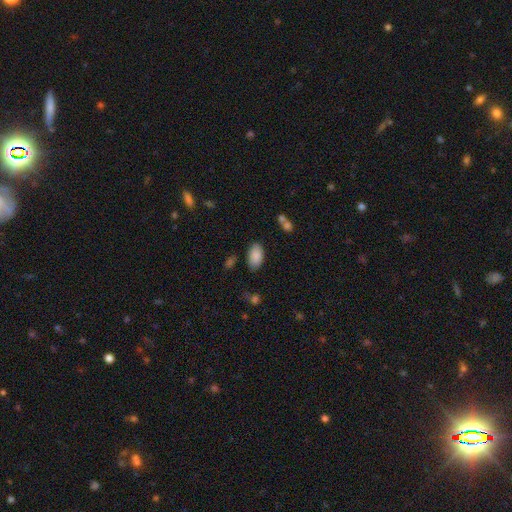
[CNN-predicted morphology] type=smooth (88%); roundness=in between (95%); merging=none (82%).